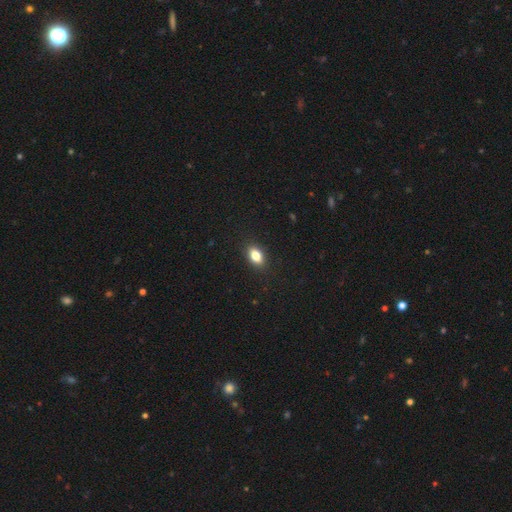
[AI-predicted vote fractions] The model was most divided on "how rounded": in between: 84%, round: 13%, cigar-shaped: 3%. More confident: merging — none (89%); smooth or featured — smooth (83%).